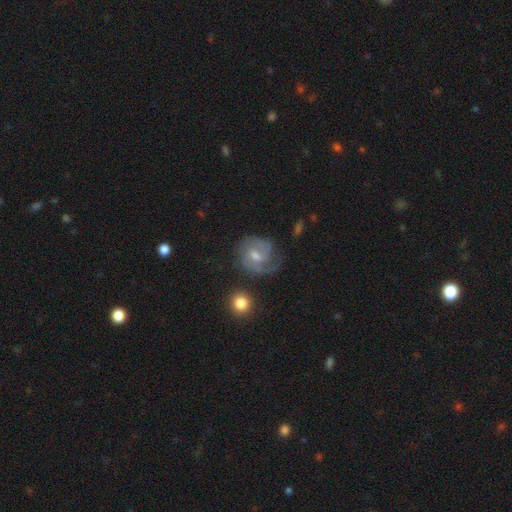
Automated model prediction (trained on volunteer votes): Smooth or featured?
  - featured or disk: 80% *
  - smooth: 13%
  - star or artifact: 7%
Edge-on disk?
  - no: 97% *
  - yes: 3%
Bar?
  - weak: 52% *
  - no: 37%
  - strong: 11%
Spiral arms?
  - yes: 94% *
  - no: 6%
Spiral winding?
  - tight: 46% *
  - medium: 42%
  - loose: 13%
Spiral arm count?
  - 2: 51% *
  - can't tell: 18%
  - 3: 15%
  - 1: 10%
  - 4: 3%
  - more than 4: 3%
Bulge size?
  - moderate: 54% *
  - small: 38%
  - none: 3%
  - large: 3%
  - dominant: 1%
Merging?
  - none: 67% *
  - minor disturbance: 20%
  - major disturbance: 11%
  - merger: 3%